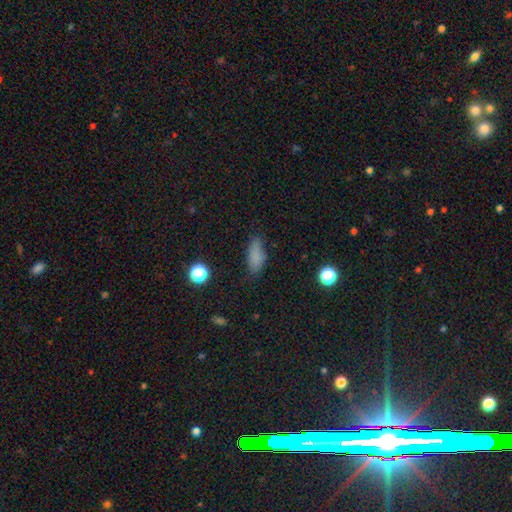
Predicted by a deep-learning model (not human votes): Smooth or featured: smooth — 80% (star or artifact — 12%)
How rounded: in between — 75% (cigar-shaped — 21%)
Merging: none — 73% (minor disturbance — 20%)